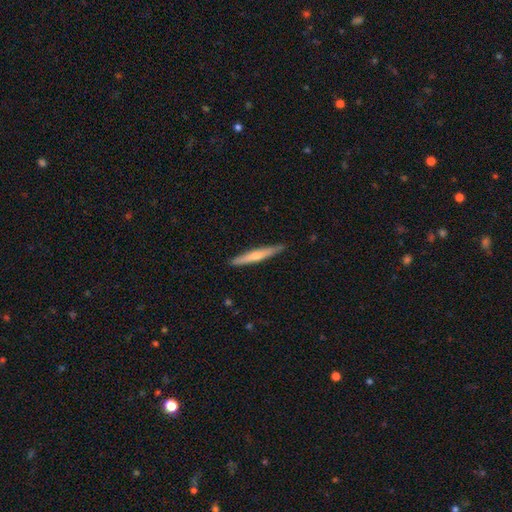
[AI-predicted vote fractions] A featured or disk galaxy (60%) viewed edge-on (96%) with a rounded central bulge (80%). Merging: none (90%).